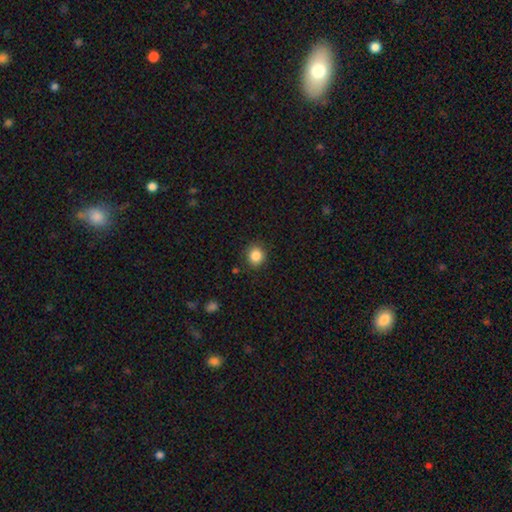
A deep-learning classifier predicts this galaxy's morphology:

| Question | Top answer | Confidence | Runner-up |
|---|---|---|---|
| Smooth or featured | smooth | 86% | star or artifact (10%) |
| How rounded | round | 83% | in between (16%) |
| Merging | none | 88% | minor disturbance (8%) |